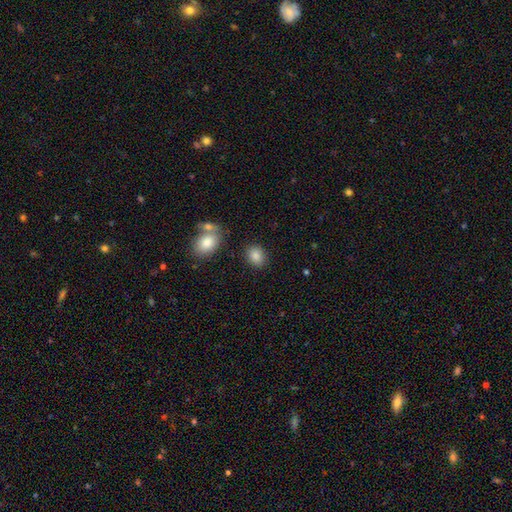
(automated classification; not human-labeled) A smooth galaxy with no disk features (86%) that is in between round and cigar-shaped (55%). Merging: none (82%).